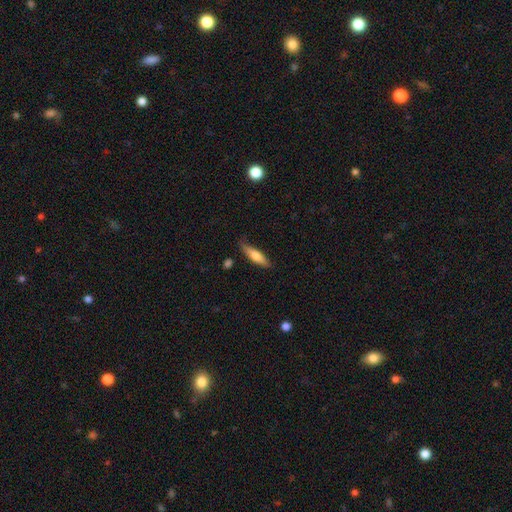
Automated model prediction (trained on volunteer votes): smooth-or-featured: smooth: 62% | featured or disk: 32% | star or artifact: 6%
  how-rounded: cigar-shaped: 69% | in between: 29% | round: 2%
  merging: none: 74% | minor disturbance: 20% | major disturbance: 4% | merger: 2%